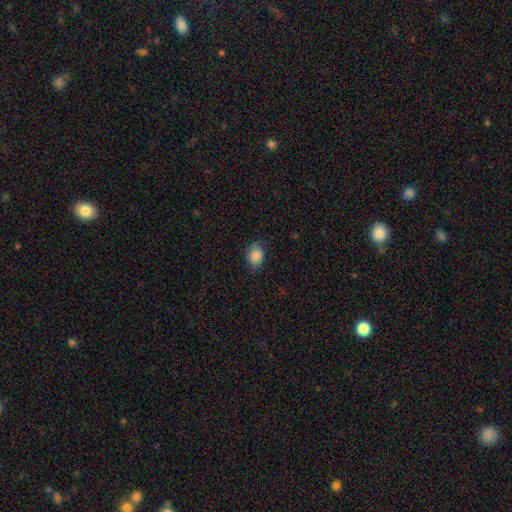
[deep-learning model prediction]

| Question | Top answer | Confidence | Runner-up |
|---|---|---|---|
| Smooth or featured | smooth | 87% | star or artifact (8%) |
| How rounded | in between | 53% | round (46%) |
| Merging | none | 76% | minor disturbance (19%) |